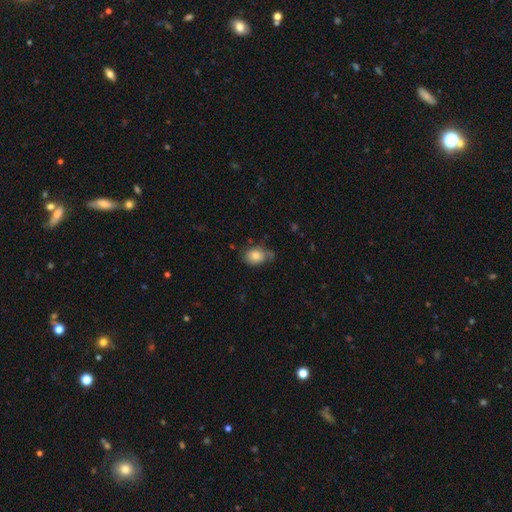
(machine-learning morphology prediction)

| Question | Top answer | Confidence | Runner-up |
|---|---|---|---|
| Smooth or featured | smooth | 82% | featured or disk (10%) |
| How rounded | in between | 64% | round (34%) |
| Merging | none | 56% | minor disturbance (29%) |